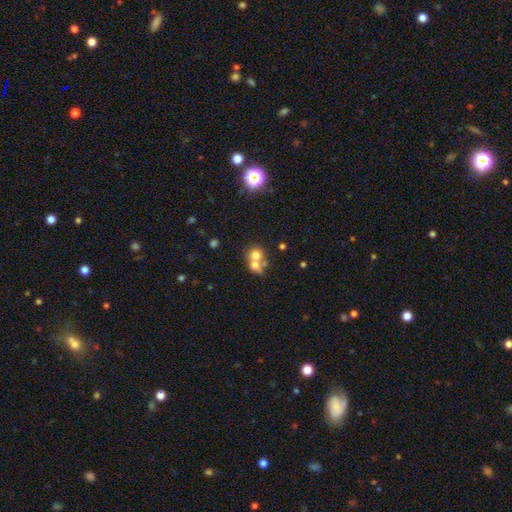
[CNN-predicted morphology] smooth 68%, featured or disk 20%, star or artifact 13%. Down the decision tree: how rounded — round (73%); merging — merger (65%).